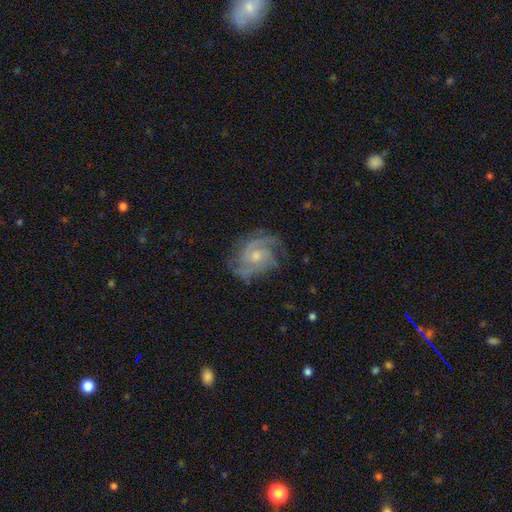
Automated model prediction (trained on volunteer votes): smooth-or-featured: featured or disk: 85% | smooth: 9% | star or artifact: 6%
  disk-edge-on: no: 97% | yes: 3%
    bar: no: 66% | weak: 29% | strong: 5%
    has-spiral-arms: yes: 96% | no: 4%
      spiral-winding: tight: 48% | medium: 42% | loose: 10%
      spiral-arm-count: 2: 44% | 3: 26% | can't tell: 16% | 4: 6% | 1: 4% | more than 4: 4%
    bulge-size: small: 51% | moderate: 43% | none: 3% | large: 2% | dominant: 1%
  merging: none: 74% | minor disturbance: 18% | major disturbance: 7% | merger: 1%